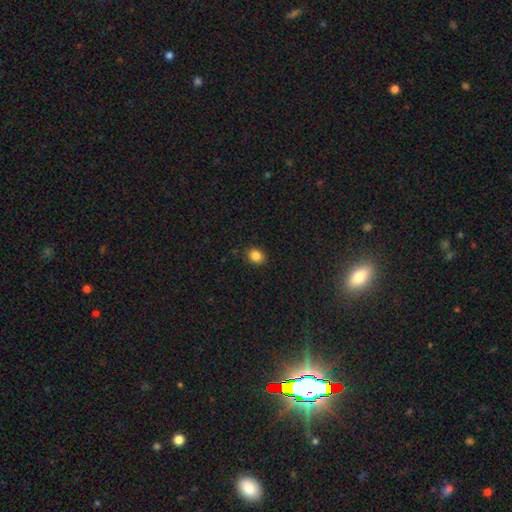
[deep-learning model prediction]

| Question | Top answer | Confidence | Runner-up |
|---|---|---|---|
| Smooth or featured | smooth | 85% | star or artifact (11%) |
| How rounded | round | 55% | in between (44%) |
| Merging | none | 89% | minor disturbance (8%) |